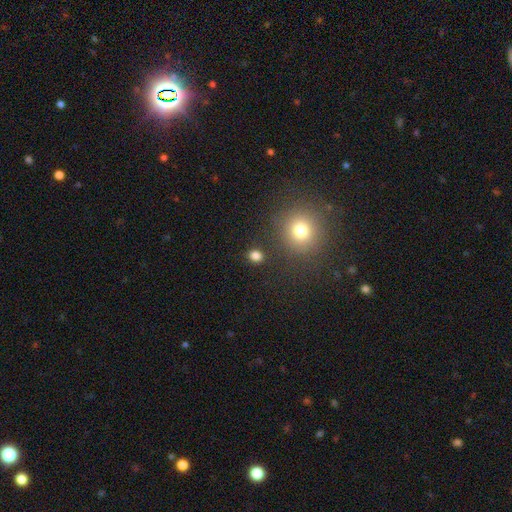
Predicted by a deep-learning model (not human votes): This appears to be a smooth galaxy with no disk features (81%) that is round (73%). Merging: none (84%).